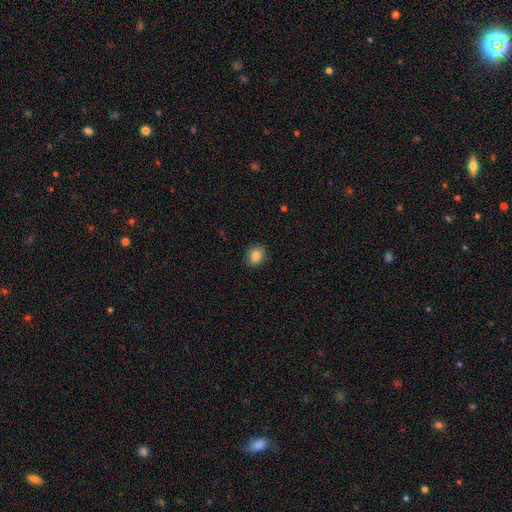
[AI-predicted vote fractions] Q: Smooth or featured?
A: smooth (84%); runner-up: star or artifact (9%)
Q: How rounded?
A: in between (52%); runner-up: round (47%)
Q: Merging?
A: none (85%); runner-up: minor disturbance (11%)